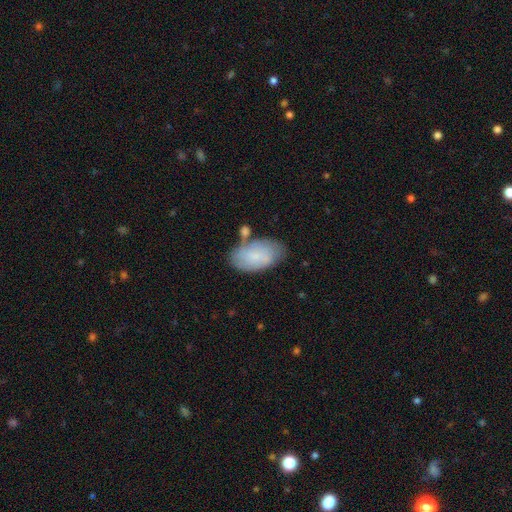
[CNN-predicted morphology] Smooth or featured? Predicted: smooth (p=0.70). How rounded? Predicted: in between (p=0.95). Merging? Predicted: none (p=0.60).